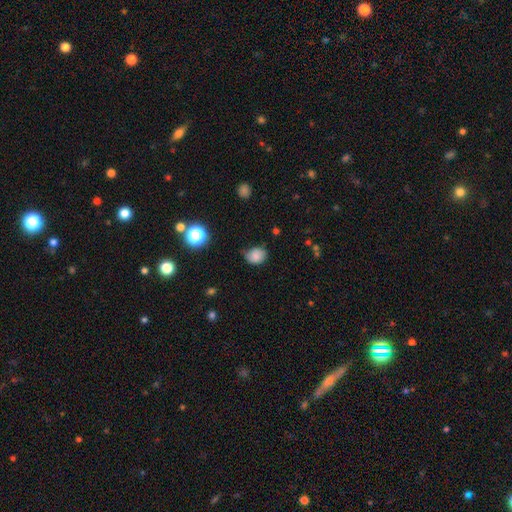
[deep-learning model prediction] smooth 79%, star or artifact 11%, featured or disk 10%. Down the decision tree: how rounded — round (50%); merging — none (59%).